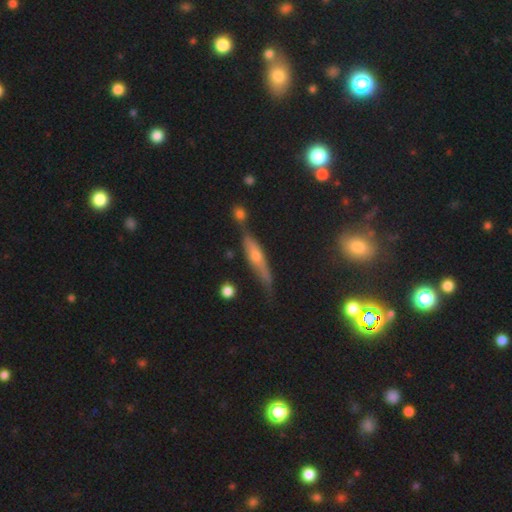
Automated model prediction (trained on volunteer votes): smooth_or_featured: featured or disk (p=0.56) [alt: smooth p=0.33]
disk_edge_on: yes (p=0.86) [alt: no p=0.14]
merging: none (p=0.63) [alt: minor disturbance p=0.23]